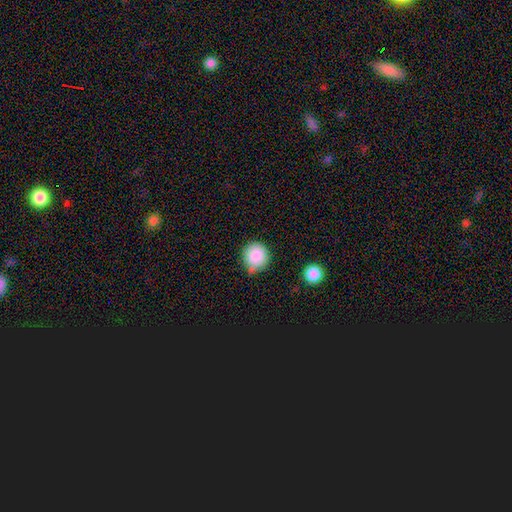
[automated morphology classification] smooth-or-featured: smooth: 87% | star or artifact: 9% | featured or disk: 4%
  how-rounded: round: 91% | in between: 8% | cigar-shaped: 1%
  merging: none: 64% | minor disturbance: 22% | merger: 9% | major disturbance: 5%